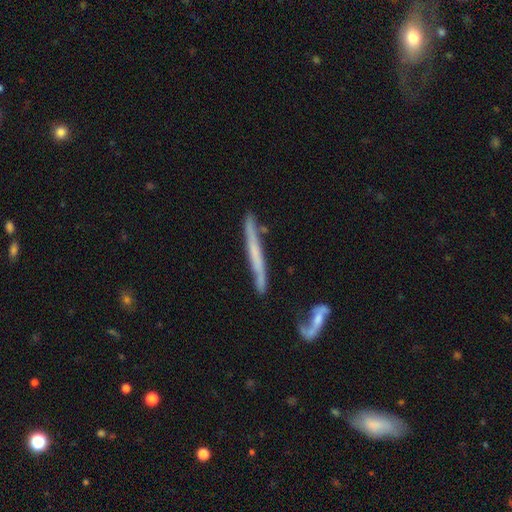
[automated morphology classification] This appears to be a featured or disk galaxy (61%) viewed edge-on (85%) with no central bulge (78%). Merging: none (68%).